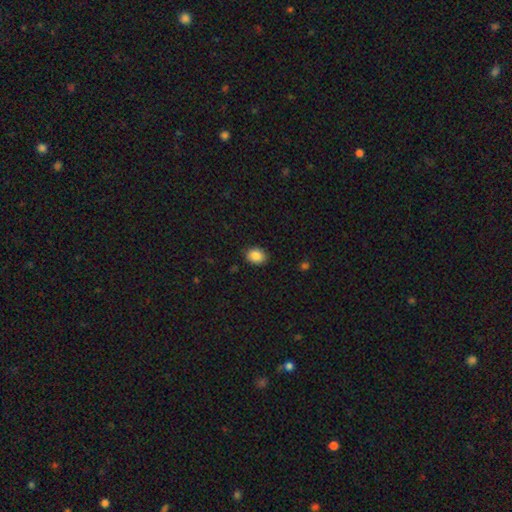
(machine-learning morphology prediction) Q: Smooth or featured?
A: smooth (87%); runner-up: star or artifact (8%)
Q: How rounded?
A: in between (55%); runner-up: round (44%)
Q: Merging?
A: none (89%); runner-up: minor disturbance (8%)